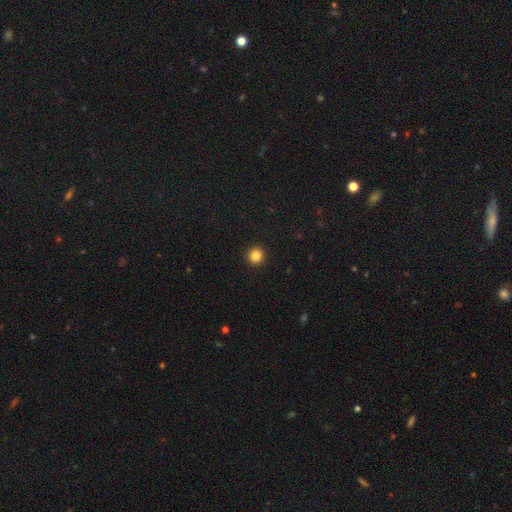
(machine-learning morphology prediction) A smooth galaxy with no disk features (86%) that is round (93%).

Vote fractions:
- Smooth or featured? smooth: 86% / star or artifact: 11% / featured or disk: 3%
- How rounded? round: 93% / in between: 6% / cigar-shaped: 1%
- Merging? none: 93% / minor disturbance: 4% / major disturbance: 2% / merger: 1%